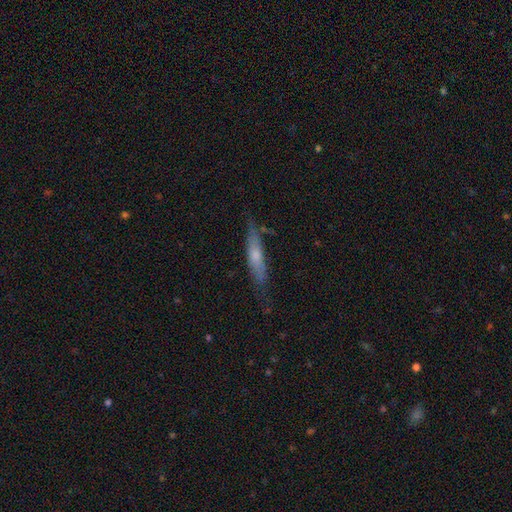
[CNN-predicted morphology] Q: Smooth or featured?
A: smooth (50%); runner-up: featured or disk (44%)
Q: Merging?
A: none (69%); runner-up: minor disturbance (22%)